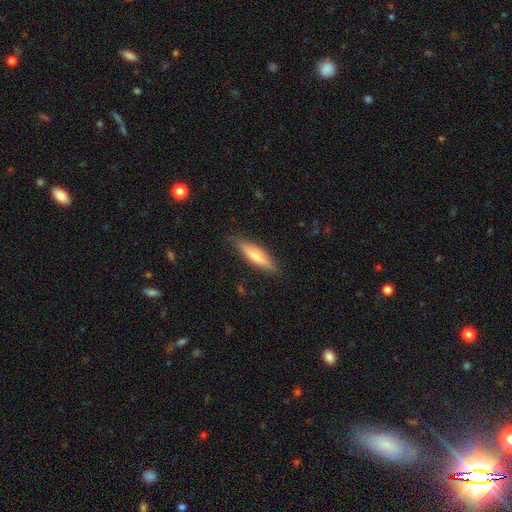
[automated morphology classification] Smooth or featured?
  - smooth: 55% *
  - featured or disk: 39%
  - star or artifact: 6%
How rounded?
  - cigar-shaped: 72% *
  - in between: 26%
  - round: 2%
Merging?
  - none: 83% *
  - minor disturbance: 13%
  - major disturbance: 3%
  - merger: 1%